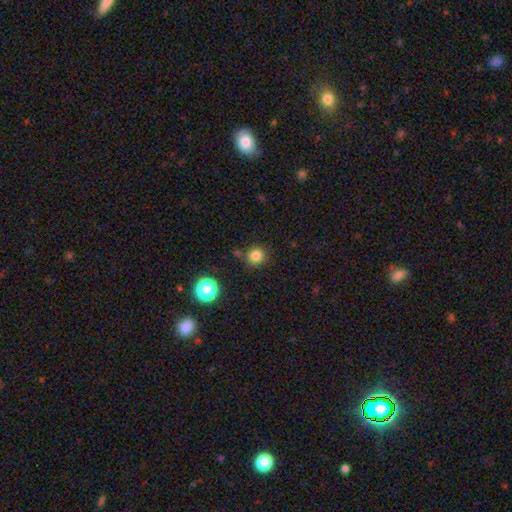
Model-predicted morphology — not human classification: smooth 81%, star or artifact 14%, featured or disk 5%. Down the decision tree: how rounded — round (89%); merging — none (83%).